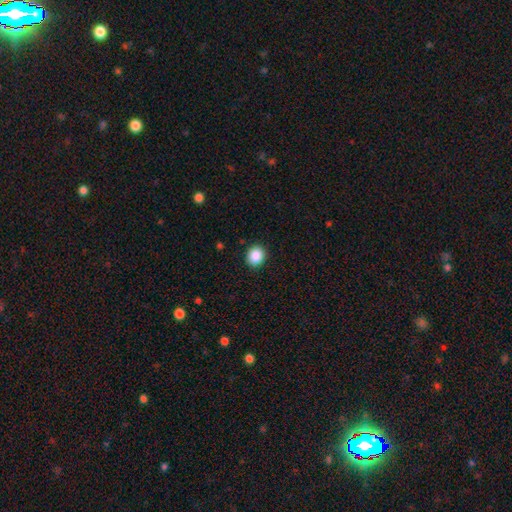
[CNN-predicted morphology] The model was most divided on "how rounded": round: 77%, in between: 22%, cigar-shaped: 1%. More confident: merging — none (90%); smooth or featured — smooth (88%).